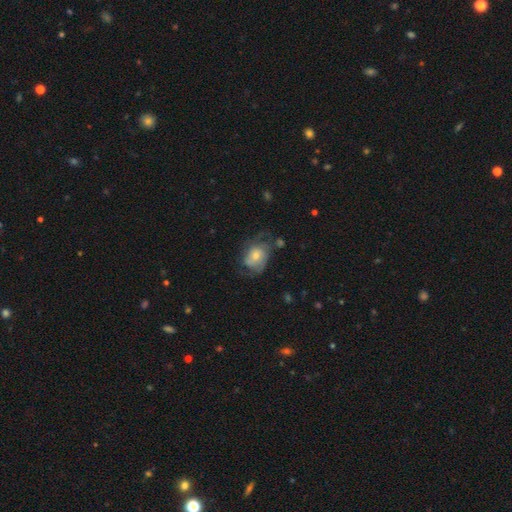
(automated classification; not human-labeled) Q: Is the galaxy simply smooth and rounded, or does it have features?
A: featured or disk — 54%.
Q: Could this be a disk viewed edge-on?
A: no — 97%.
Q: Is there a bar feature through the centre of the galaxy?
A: no — 73%.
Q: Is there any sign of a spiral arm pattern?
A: yes — 77%.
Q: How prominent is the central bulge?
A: moderate — 51%.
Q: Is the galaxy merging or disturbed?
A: none — 46%.